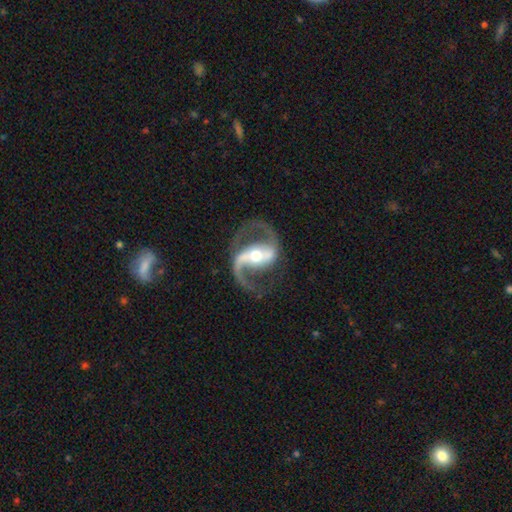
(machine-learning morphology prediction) A featured or disk galaxy (92%) with a strong bar (58%), 2 (93%) medium (55%) spiral arms (97%) and a moderate central bulge (68%).

Vote fractions:
- Smooth or featured? featured or disk: 92% / star or artifact: 4% / smooth: 4%
- Edge-on disk? no: 97% / yes: 3%
- Bar? strong: 58% / weak: 26% / no: 16%
- Spiral arms? yes: 97% / no: 3%
- Spiral winding? medium: 55% / loose: 35% / tight: 10%
- Spiral arm count? 2: 93% / 1: 2% / can't tell: 1% / 3: 1% / 4: 1% / more than 4: 1%
- Bulge size? moderate: 68% / small: 21% / large: 9% / dominant: 1% / none: 1%
- Merging? none: 79% / minor disturbance: 11% / major disturbance: 8% / merger: 2%